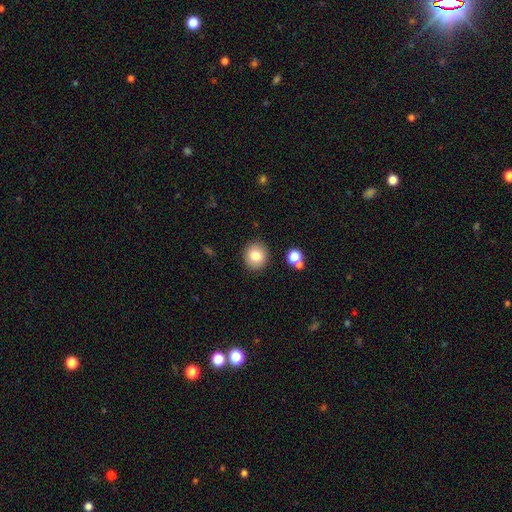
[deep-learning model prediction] Q: Smooth or featured?
A: smooth (81%); runner-up: star or artifact (10%)
Q: How rounded?
A: round (79%); runner-up: in between (20%)
Q: Merging?
A: none (87%); runner-up: minor disturbance (8%)